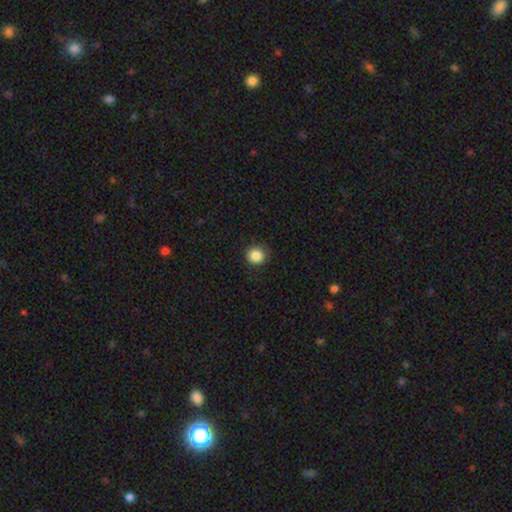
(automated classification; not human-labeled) A smooth galaxy with no disk features (87%) that is round (89%). Merging: none (89%).